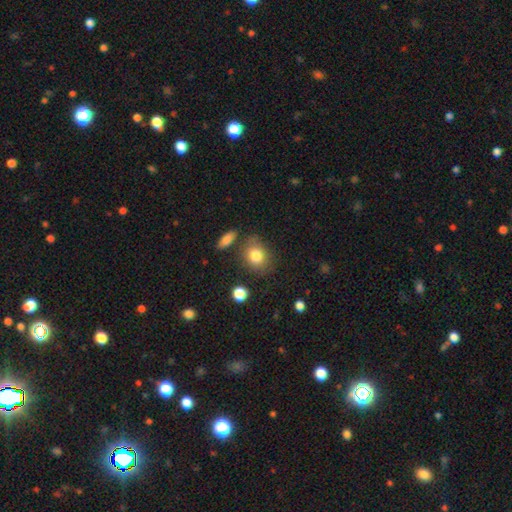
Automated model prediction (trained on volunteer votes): A smooth galaxy with no disk features (81%) that is round (57%).

Vote fractions:
- Smooth or featured? smooth: 81% / featured or disk: 10% / star or artifact: 9%
- How rounded? round: 57% / in between: 42% / cigar-shaped: 1%
- Merging? none: 74% / minor disturbance: 15% / merger: 6% / major disturbance: 5%